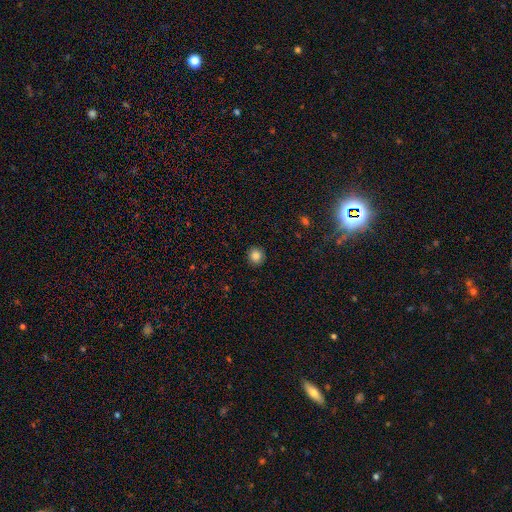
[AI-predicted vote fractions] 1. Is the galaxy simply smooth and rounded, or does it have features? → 84% smooth, 10% star or artifact, 5% featured or disk.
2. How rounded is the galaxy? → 91% round, 8% in between, 1% cigar-shaped.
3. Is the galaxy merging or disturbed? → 92% none, 6% minor disturbance, 2% major disturbance, 1% merger.